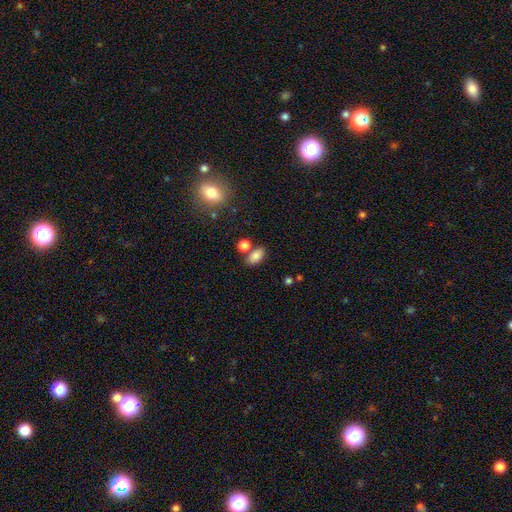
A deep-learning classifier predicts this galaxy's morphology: smooth-or-featured: smooth: 82% | star or artifact: 10% | featured or disk: 7%
  how-rounded: in between: 87% | round: 10% | cigar-shaped: 3%
  merging: none: 66% | merger: 17% | minor disturbance: 13% | major disturbance: 4%